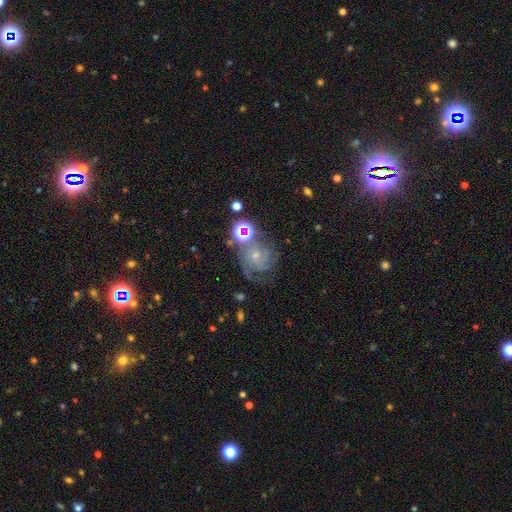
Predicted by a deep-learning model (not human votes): smooth_or_featured: featured or disk (p=0.70) [alt: star or artifact p=0.16]
disk_edge_on: no (p=0.97) [alt: yes p=0.03]
bar: no (p=0.73) [alt: weak p=0.22]
has_spiral_arms: yes (p=0.93) [alt: no p=0.07]
spiral_winding: tight (p=0.53) [alt: medium p=0.37]
spiral_arm_count: 3 (p=0.31) [alt: can't tell p=0.27]
bulge_size: small (p=0.65) [alt: moderate p=0.26]
merging: none (p=0.50) [alt: minor disturbance p=0.20]